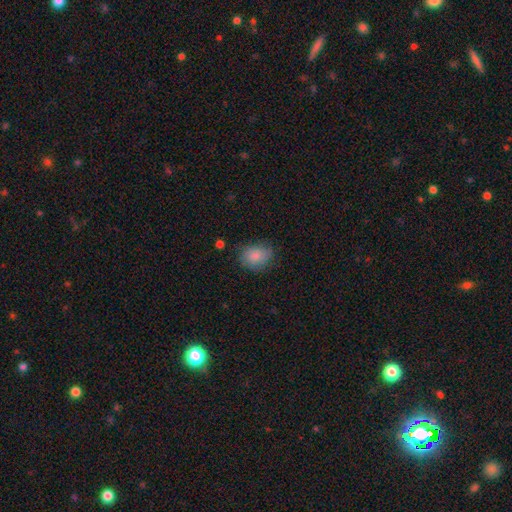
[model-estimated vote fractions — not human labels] smooth-or-featured: smooth: 84% | featured or disk: 8% | star or artifact: 8%
  how-rounded: in between: 61% | round: 38% | cigar-shaped: 1%
  merging: none: 70% | minor disturbance: 22% | major disturbance: 6% | merger: 2%